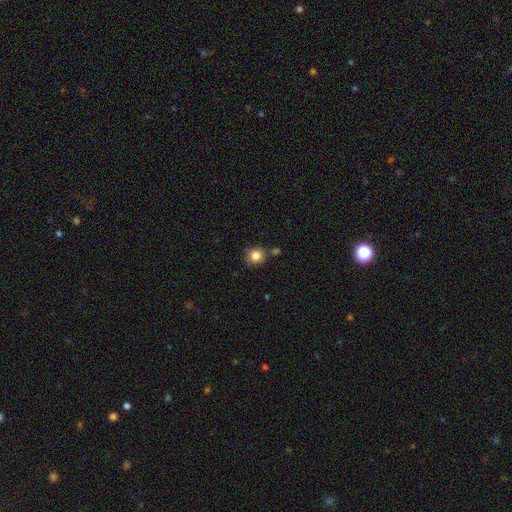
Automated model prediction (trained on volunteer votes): This appears to be a smooth galaxy with no disk features (84%) that is round (89%). Merging: none (76%).